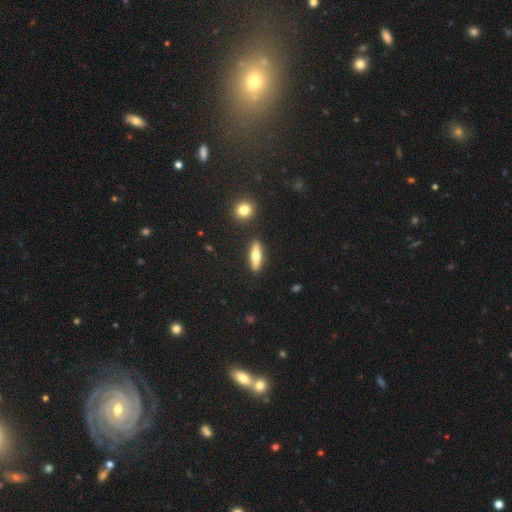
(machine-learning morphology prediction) Overall: smooth (63%; featured or disk 30%). How rounded: cigar-shaped (59%; in between 38%). Merging: none (88%).